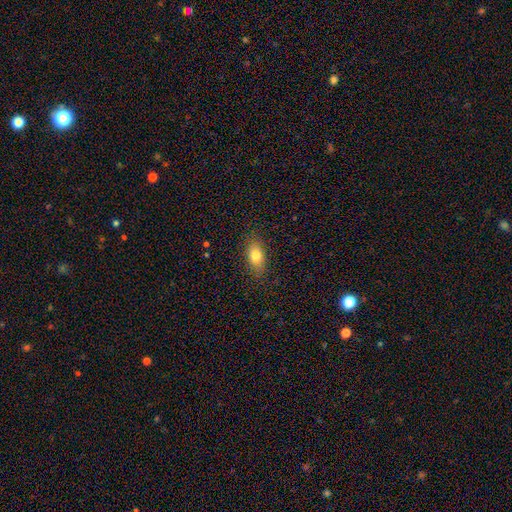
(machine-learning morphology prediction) The model was most divided on "smooth or featured": smooth: 78%, featured or disk: 13%, star or artifact: 9%. More confident: merging — none (85%); how rounded — in between (84%).